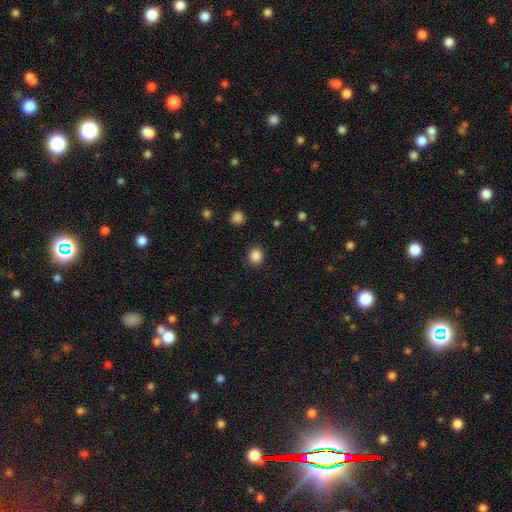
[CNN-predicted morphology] Overall: smooth (87%). How rounded: round (82%). Merging: none (89%).